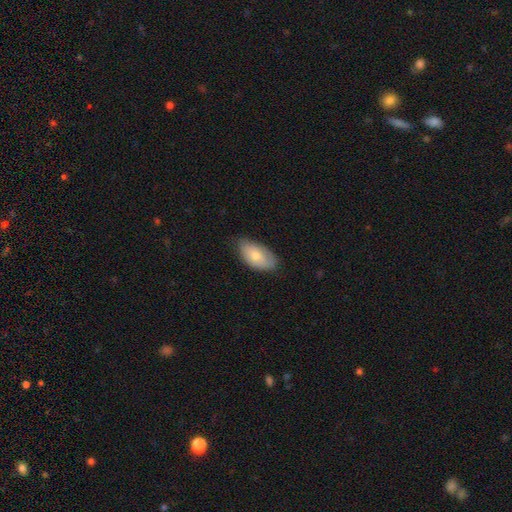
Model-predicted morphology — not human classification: smooth 73%, featured or disk 21%, star or artifact 6%. Down the decision tree: how rounded — in between (94%); merging — none (68%).